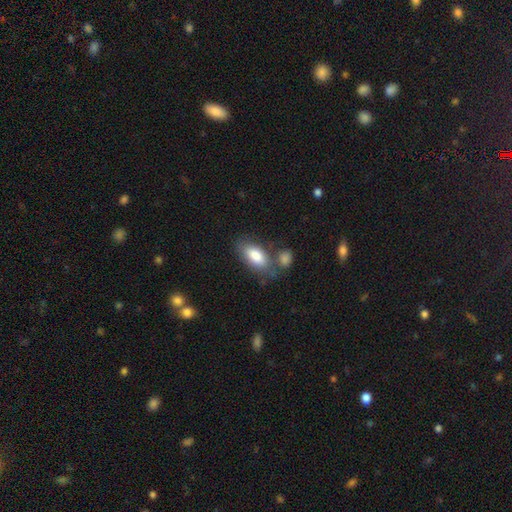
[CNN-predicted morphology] Smooth or featured? smooth (82%)
How rounded? in between (90%)
Merging? none (57%)